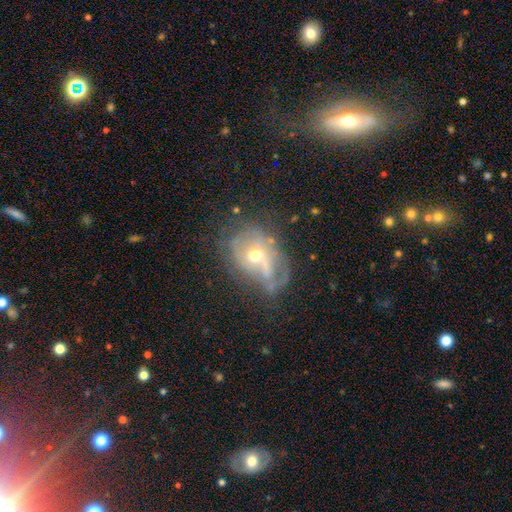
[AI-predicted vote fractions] This appears to be a featured or disk galaxy (60%) with no bar (70%), no spiral arms (51%) and a moderate central bulge (55%). Merging: none (38%).